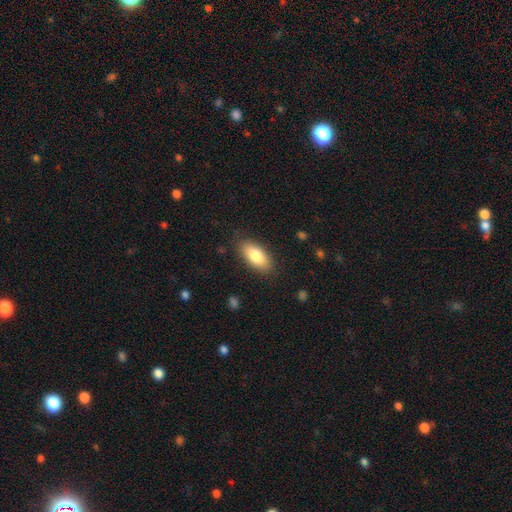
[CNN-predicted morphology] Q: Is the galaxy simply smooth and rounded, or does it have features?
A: smooth — 81%.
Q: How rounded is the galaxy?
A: in between — 87%.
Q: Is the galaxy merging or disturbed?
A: none — 85%.